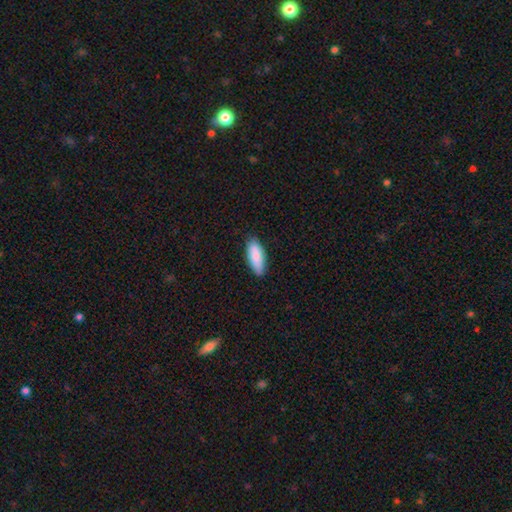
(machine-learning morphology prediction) smooth-or-featured: smooth: 87% | featured or disk: 8% | star or artifact: 6%
  how-rounded: in between: 73% | cigar-shaped: 25% | round: 2%
  merging: none: 83% | minor disturbance: 14% | major disturbance: 2% | merger: 1%